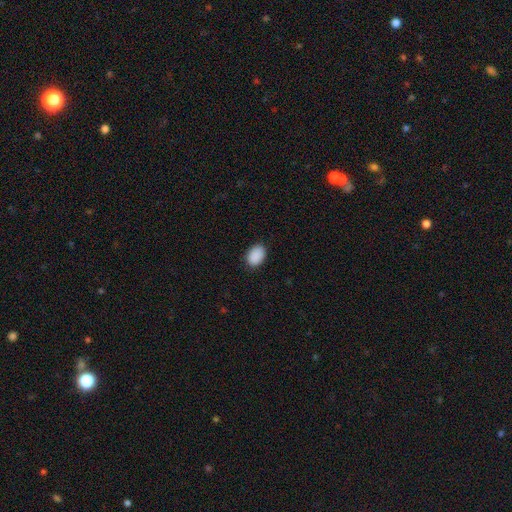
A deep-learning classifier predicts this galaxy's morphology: Smooth or featured? Predicted: smooth (p=0.90). How rounded? Predicted: in between (p=0.86). Merging? Predicted: none (p=0.87).